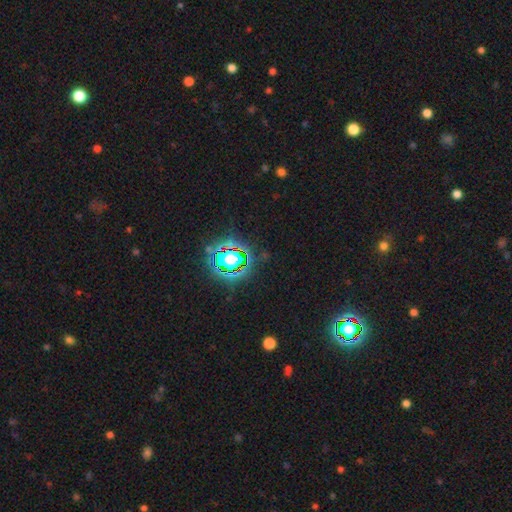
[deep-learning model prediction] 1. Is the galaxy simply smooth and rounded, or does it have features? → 81% star or artifact, 12% smooth, 8% featured or disk.